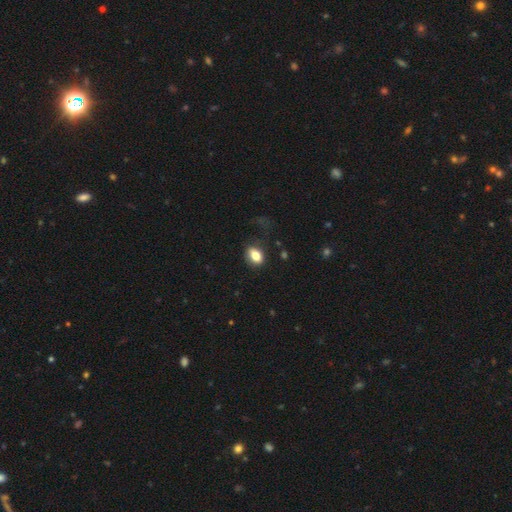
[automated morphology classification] Smooth or featured? smooth (80%)
How rounded? in between (81%)
Merging? none (70%)